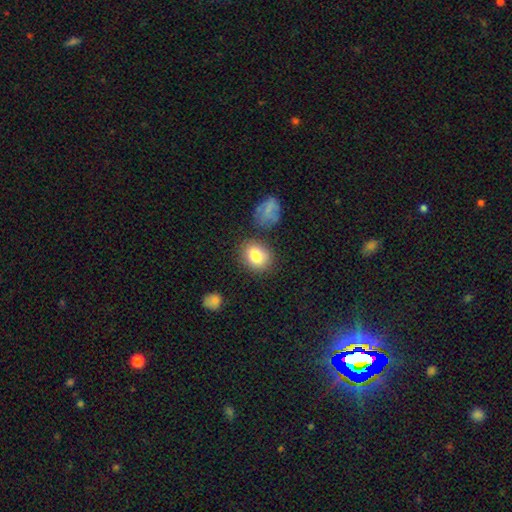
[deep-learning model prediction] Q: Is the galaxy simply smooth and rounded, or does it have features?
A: smooth — 82%.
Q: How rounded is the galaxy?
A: round — 52%.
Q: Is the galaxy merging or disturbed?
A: none — 77%.